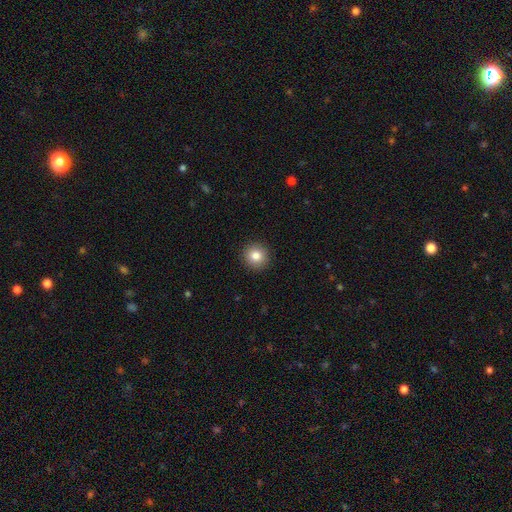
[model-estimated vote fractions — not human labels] This is clearly a smooth galaxy (83%). How rounded: clearly round (94%). Merging: clearly none (92%).